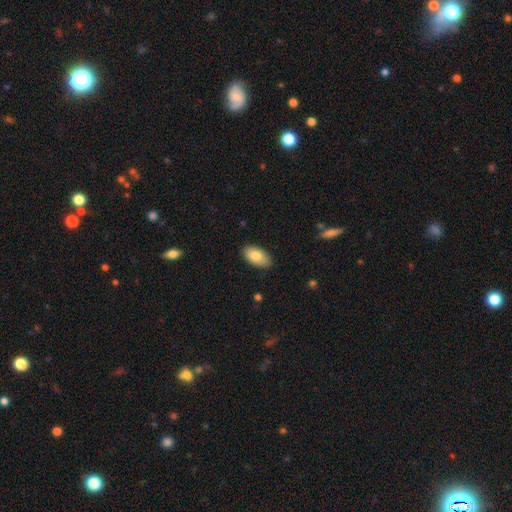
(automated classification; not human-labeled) smooth_or_featured: smooth (p=0.81) [alt: featured or disk p=0.13]
how_rounded: in between (p=0.95) [alt: round p=0.03]
merging: none (p=0.86) [alt: minor disturbance p=0.11]